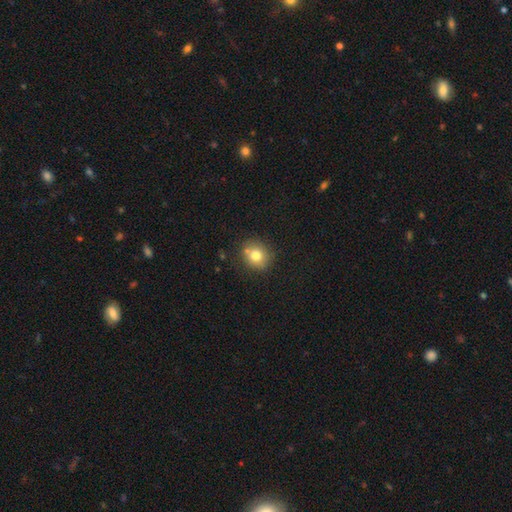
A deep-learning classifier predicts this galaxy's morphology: Smooth or featured? smooth (76%)
How rounded? round (79%)
Merging? none (74%)